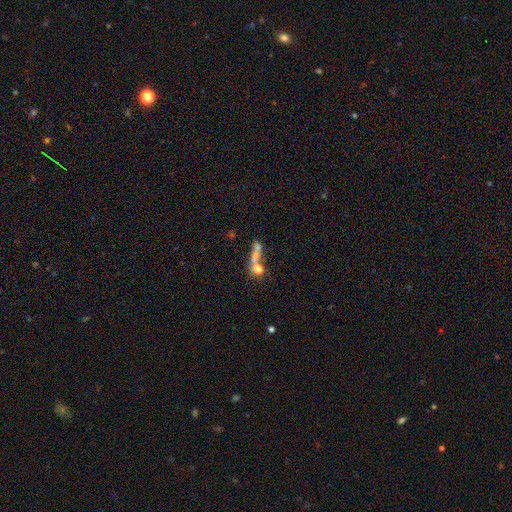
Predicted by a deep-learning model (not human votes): The model was most divided on "merging" (2-way tie): none: 40%, merger: 40%, major disturbance: 10%, minor disturbance: 9%. Remaining: smooth or featured — smooth (48%).